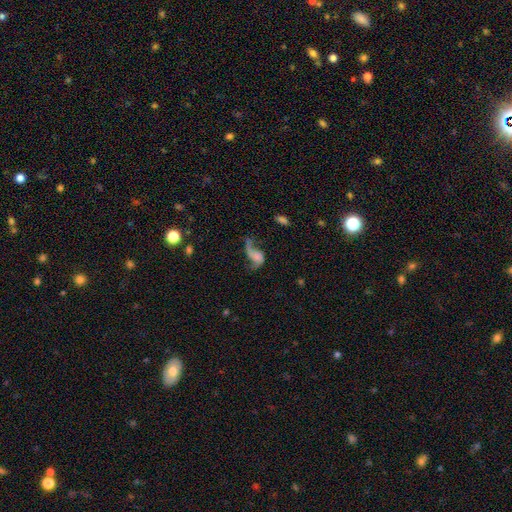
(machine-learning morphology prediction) smooth-or-featured: featured or disk: 61% | smooth: 28% | star or artifact: 11%
  disk-edge-on: no: 96% | yes: 4%
    bar: no: 70% | weak: 24% | strong: 6%
    has-spiral-arms: yes: 79% | no: 21%
    bulge-size: none: 43% | small: 30% | moderate: 16% | large: 8% | dominant: 3%
  merging: major disturbance: 43% | none: 30% | minor disturbance: 18% | merger: 9%